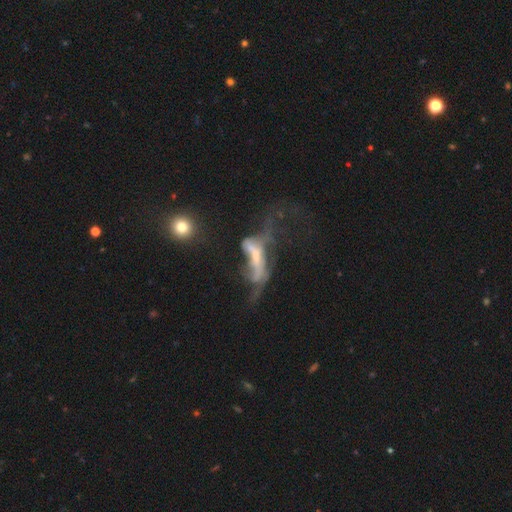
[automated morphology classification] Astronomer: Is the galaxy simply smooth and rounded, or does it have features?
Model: featured or disk — 63%.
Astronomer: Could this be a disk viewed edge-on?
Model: no — 74%.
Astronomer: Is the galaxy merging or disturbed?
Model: major disturbance — 47% (runner-up: merger, 28%).